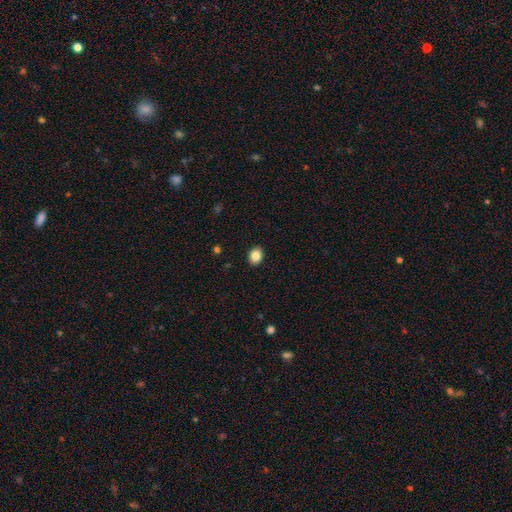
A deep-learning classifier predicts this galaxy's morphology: A smooth galaxy with no disk features (85%) that is in between round and cigar-shaped (55%).

Vote fractions:
- Smooth or featured? smooth: 85% / star or artifact: 9% / featured or disk: 6%
- How rounded? in between: 55% / round: 44% / cigar-shaped: 1%
- Merging? none: 91% / minor disturbance: 7% / major disturbance: 2% / merger: 1%